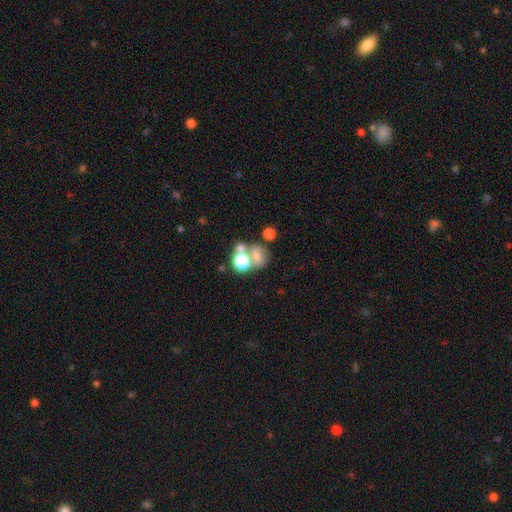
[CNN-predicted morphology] This is possibly a smooth galaxy (56%). How rounded: likely round (61%). Merging: possibly merger (45%).